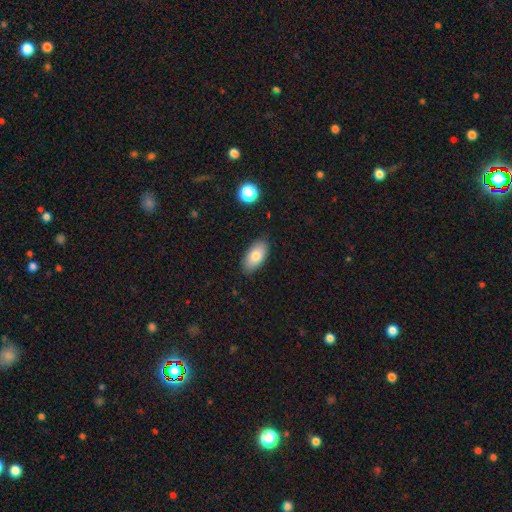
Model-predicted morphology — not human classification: Q: Smooth or featured?
A: smooth (80%); runner-up: featured or disk (13%)
Q: How rounded?
A: in between (93%); runner-up: cigar-shaped (4%)
Q: Merging?
A: none (86%); runner-up: minor disturbance (11%)